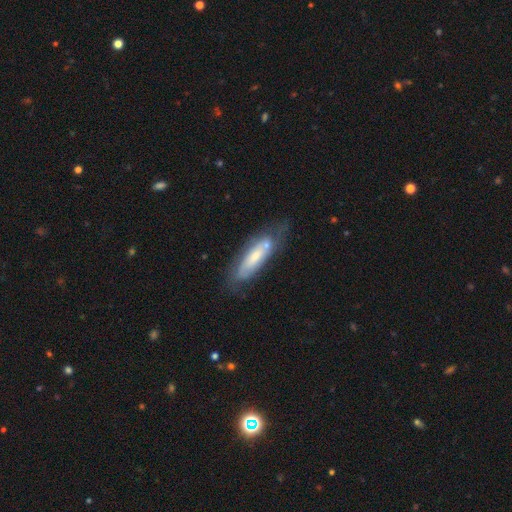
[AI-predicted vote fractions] This appears to be a featured or disk galaxy (50%). Merging: none (55%).